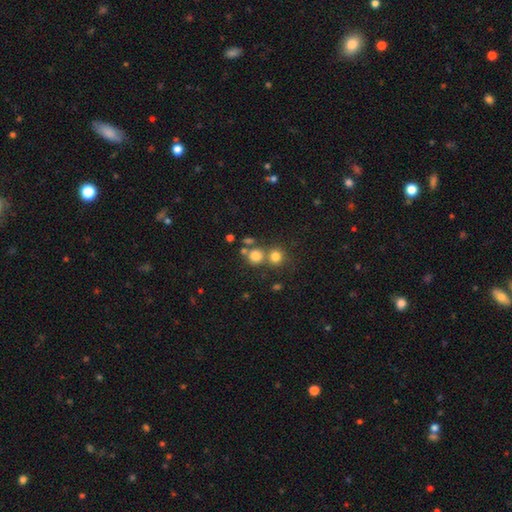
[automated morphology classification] A smooth galaxy with no disk features (77%) that is round (88%). Merging: none (57%).